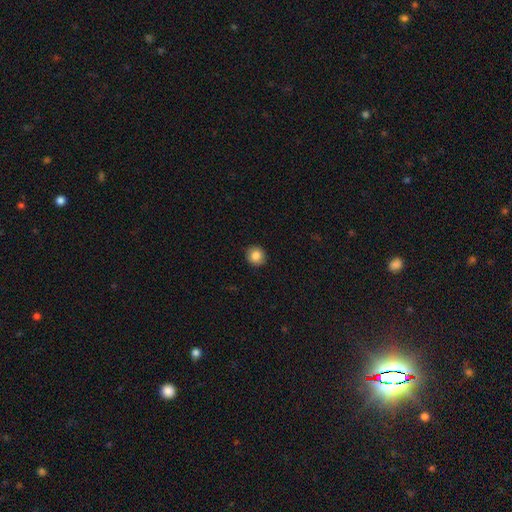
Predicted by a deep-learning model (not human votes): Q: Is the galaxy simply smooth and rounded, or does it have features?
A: smooth — 85%.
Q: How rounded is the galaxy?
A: round — 91%.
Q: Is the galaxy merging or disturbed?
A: none — 90%.